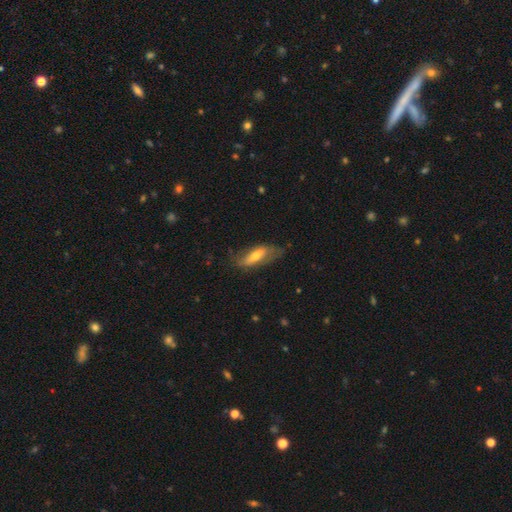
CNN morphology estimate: This appears to be a featured or disk galaxy (50%). Merging: none (61%).